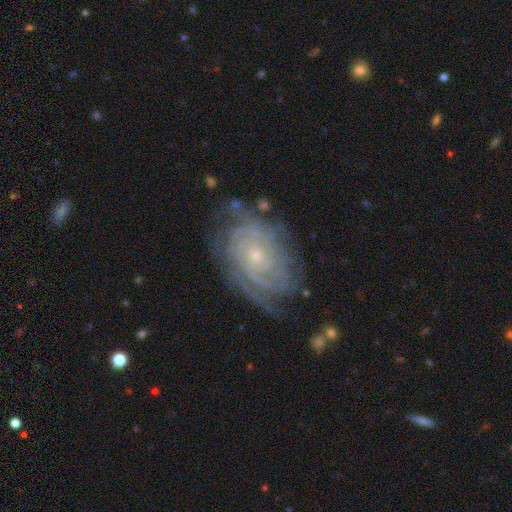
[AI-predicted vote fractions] Smooth or featured: featured or disk — 86% (smooth — 7%)
Edge-on disk: no — 97% (yes — 3%)
Bar: no — 80% (weak — 15%)
Spiral arms: yes — 97% (no — 3%)
Spiral winding: tight — 80% (medium — 17%)
Spiral arm count: can't tell — 31% (4 — 20%)
Bulge size: small — 78% (moderate — 18%)
Merging: none — 70% (minor disturbance — 20%)